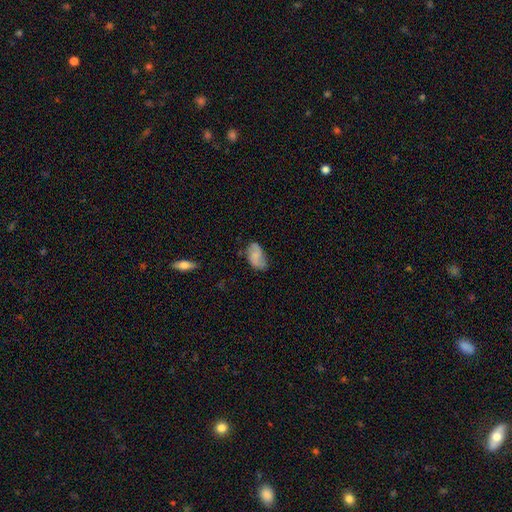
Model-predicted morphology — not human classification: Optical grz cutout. It shows a smooth galaxy with no disk features (52%) that is in between round and cigar-shaped (91%). Merging: none (62%).